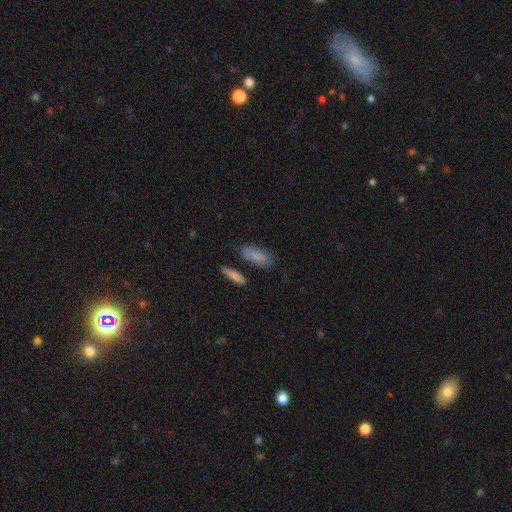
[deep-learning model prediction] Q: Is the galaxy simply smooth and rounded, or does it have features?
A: smooth — 83%.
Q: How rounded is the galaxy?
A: in between — 71%.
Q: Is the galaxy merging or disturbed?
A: none — 72%.